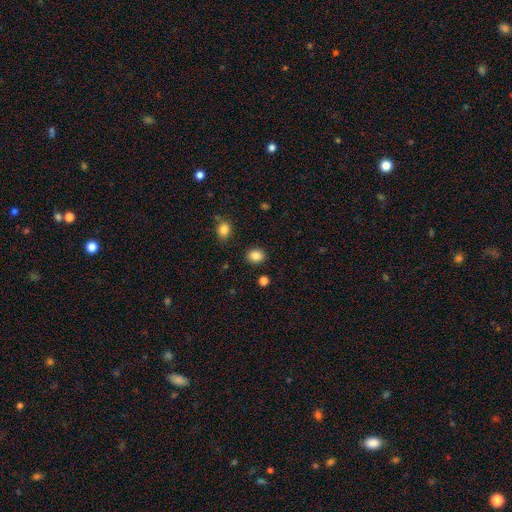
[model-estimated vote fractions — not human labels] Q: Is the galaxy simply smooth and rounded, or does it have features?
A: smooth — 86%.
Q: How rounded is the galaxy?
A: round — 57%.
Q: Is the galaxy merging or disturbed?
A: none — 87%.